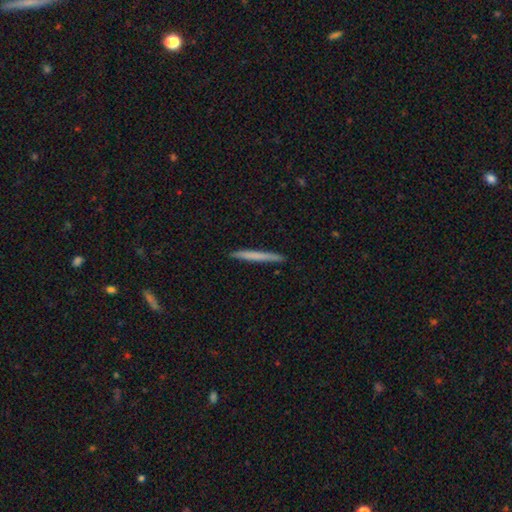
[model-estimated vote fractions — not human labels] Morphology: type=smooth (63%); roundness=cigar-shaped (97%); merging=none (92%).